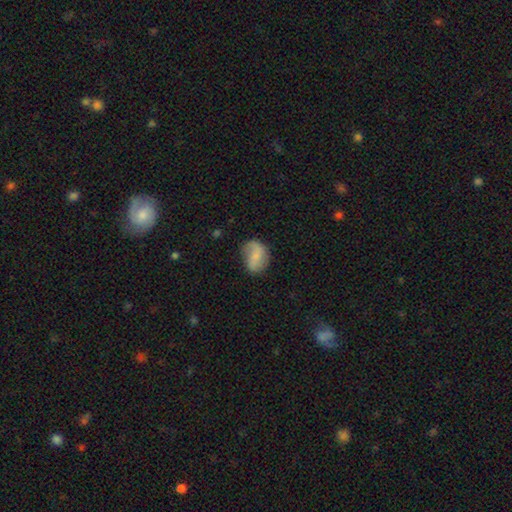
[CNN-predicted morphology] A smooth galaxy with no disk features (52%) that is in between round and cigar-shaped (60%).

Vote fractions:
- Smooth or featured? smooth: 52% / featured or disk: 40% / star or artifact: 8%
- How rounded? in between: 60% / round: 38% / cigar-shaped: 2%
- Merging? none: 61% / minor disturbance: 27% / major disturbance: 11% / merger: 2%